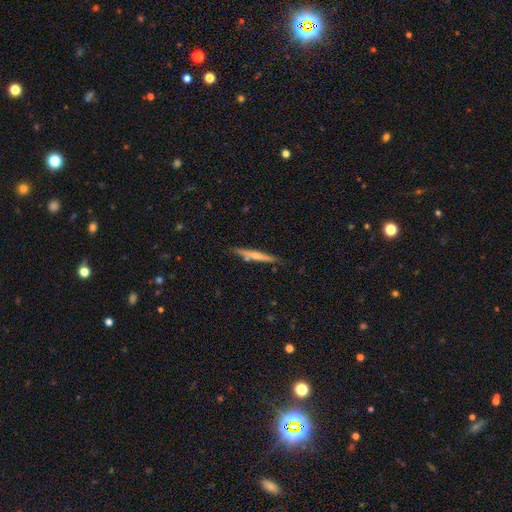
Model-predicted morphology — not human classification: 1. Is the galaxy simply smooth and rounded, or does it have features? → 52% featured or disk, 42% smooth, 6% star or artifact.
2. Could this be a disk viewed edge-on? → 95% yes, 5% no.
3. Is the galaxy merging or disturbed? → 78% none, 14% minor disturbance, 5% merger, 3% major disturbance.